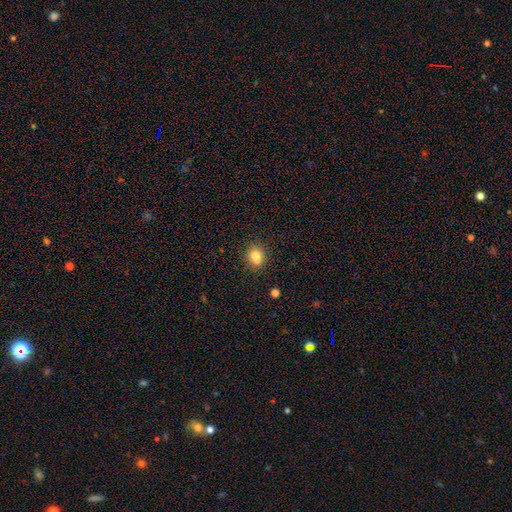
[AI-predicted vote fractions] The model was most divided on "how rounded": round: 68%, in between: 31%, cigar-shaped: 1%. More confident: smooth or featured — smooth (77%); merging — none (61%).